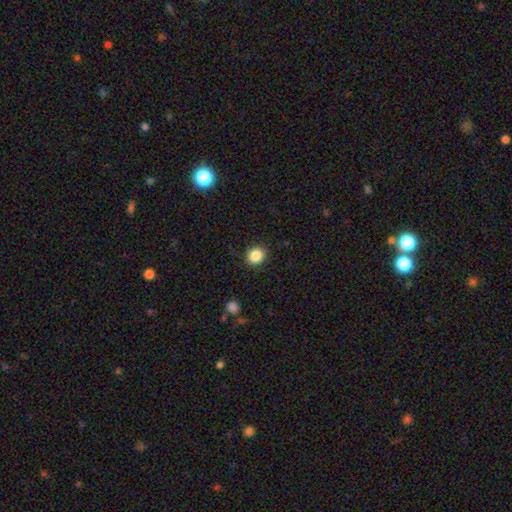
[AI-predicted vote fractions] Smooth or featured? smooth (87%)
How rounded? round (75%)
Merging? none (90%)